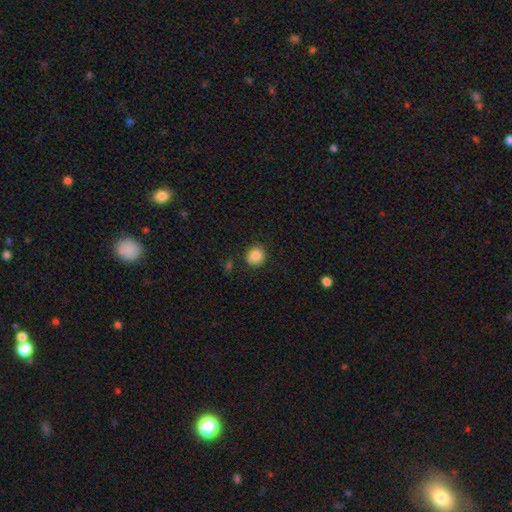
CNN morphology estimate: type=smooth (86%); roundness=round (85%); merging=none (77%).